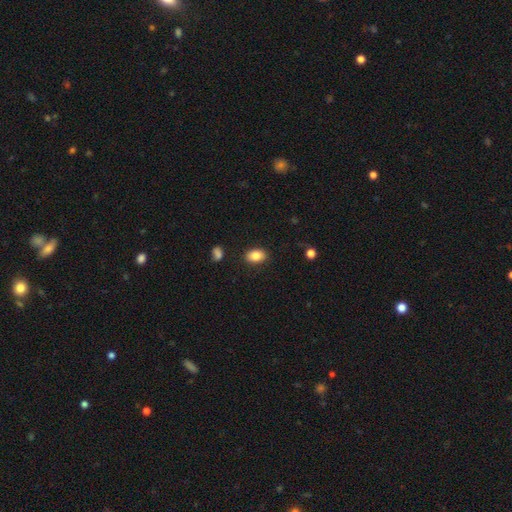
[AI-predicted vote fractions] Smooth or featured: smooth — 85% (star or artifact — 8%)
How rounded: in between — 83% (round — 15%)
Merging: none — 86% (minor disturbance — 10%)